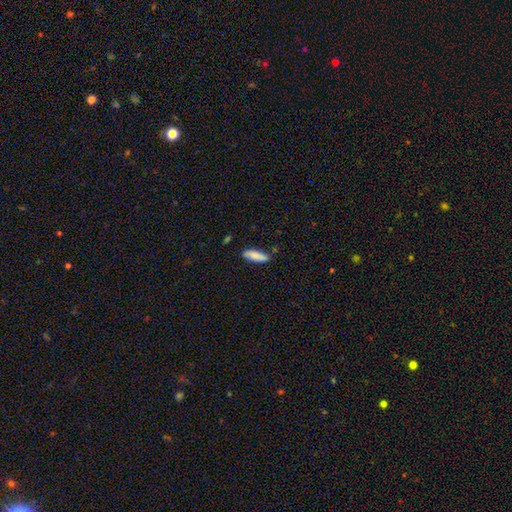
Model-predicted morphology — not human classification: Smooth or featured?
  - smooth: 86% *
  - featured or disk: 9%
  - star or artifact: 6%
How rounded?
  - in between: 56% *
  - cigar-shaped: 43%
  - round: 2%
Merging?
  - none: 79% *
  - minor disturbance: 15%
  - merger: 3%
  - major disturbance: 2%